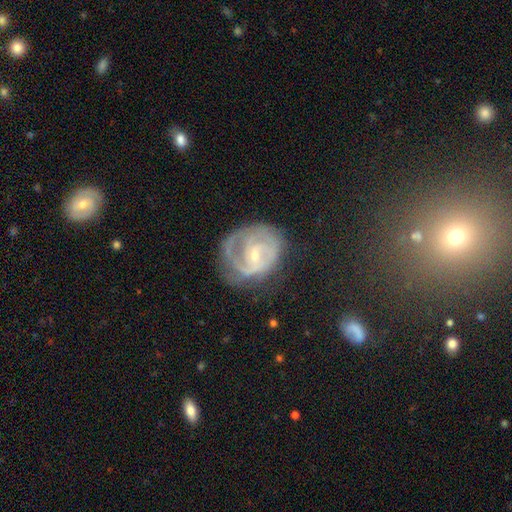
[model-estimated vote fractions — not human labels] A featured or disk galaxy (83%) with no bar (45%), 2 (41%) tight (55%) spiral arms (93%) and a small central bulge (69%). Merging: none (55%).